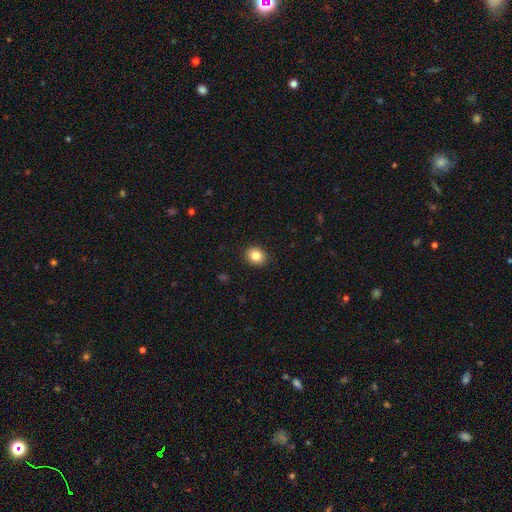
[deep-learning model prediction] The model was most divided on "how rounded": round: 54%, in between: 45%, cigar-shaped: 1%. More confident: merging — none (90%); smooth or featured — smooth (84%).